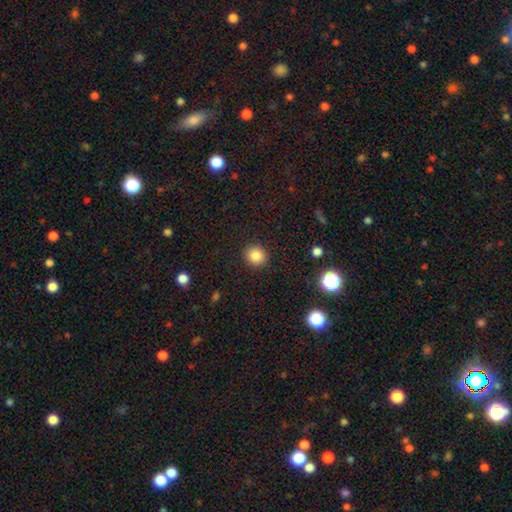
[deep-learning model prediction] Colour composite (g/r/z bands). It shows a smooth galaxy with no disk features (84%) that is round (87%). Merging: none (91%).